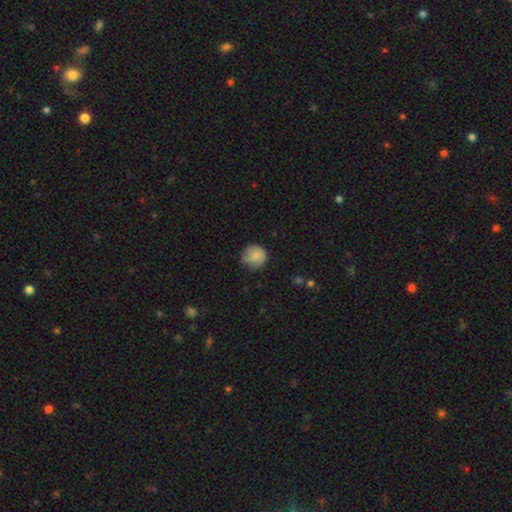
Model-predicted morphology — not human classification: Smooth or featured: smooth — 79% (featured or disk — 13%)
How rounded: round — 90% (in between — 9%)
Merging: none — 67% (minor disturbance — 25%)